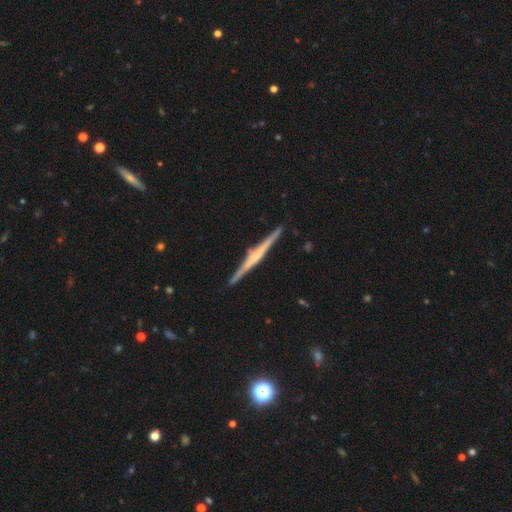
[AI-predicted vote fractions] Morphology: type=featured or disk (78%); edge-on=yes (98%); edge-on bulge=rounded (49%); merging=none (91%).